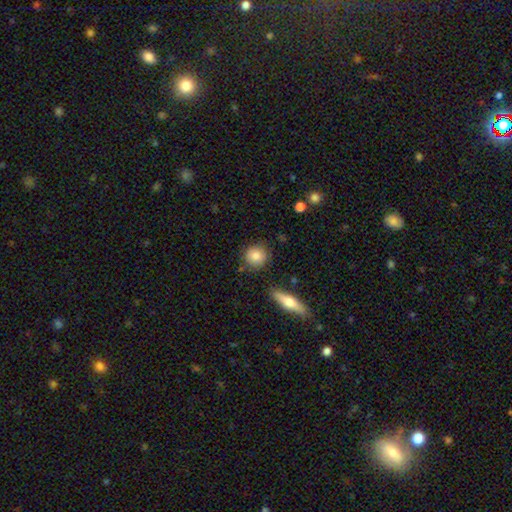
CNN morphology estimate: Q: Smooth or featured?
A: smooth (81%); runner-up: featured or disk (12%)
Q: How rounded?
A: round (87%); runner-up: in between (11%)
Q: Merging?
A: none (83%); runner-up: minor disturbance (11%)